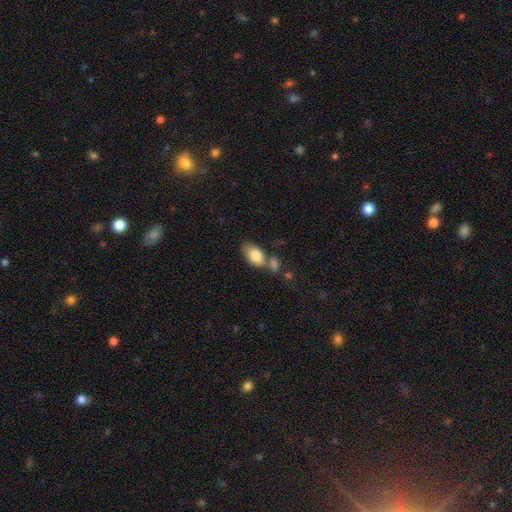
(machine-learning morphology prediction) type=smooth (82%); roundness=in between (92%); merging=none (43%).